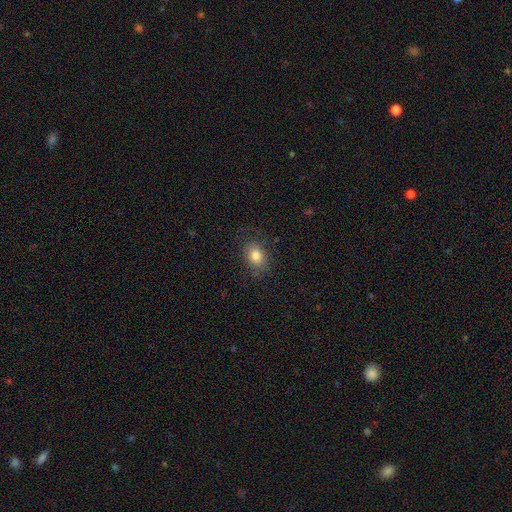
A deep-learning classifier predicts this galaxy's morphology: Smooth or featured? smooth (79%)
How rounded? in between (64%)
Merging? none (76%)